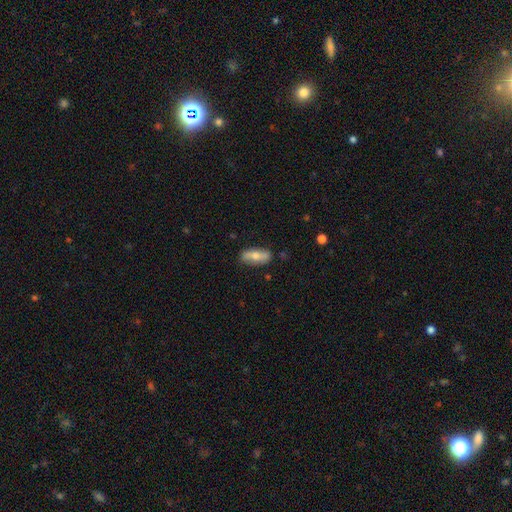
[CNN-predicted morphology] A smooth galaxy with no disk features (60%) that is in between round and cigar-shaped (74%).

Vote fractions:
- Smooth or featured? smooth: 60% / featured or disk: 34% / star or artifact: 6%
- How rounded? in between: 74% / cigar-shaped: 22% / round: 4%
- Merging? none: 81% / minor disturbance: 14% / major disturbance: 3% / merger: 1%